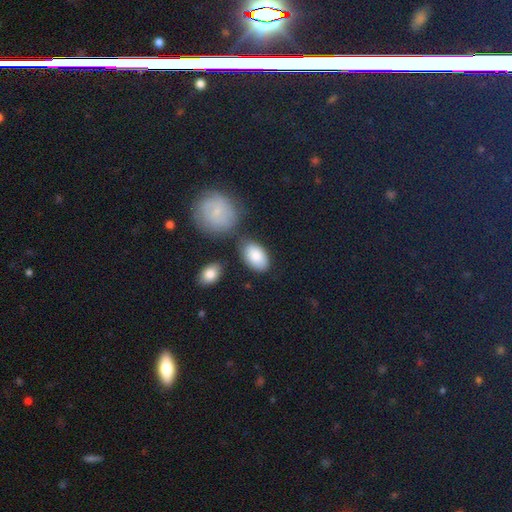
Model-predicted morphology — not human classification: Smooth or featured? smooth (84%)
How rounded? in between (92%)
Merging? none (72%)